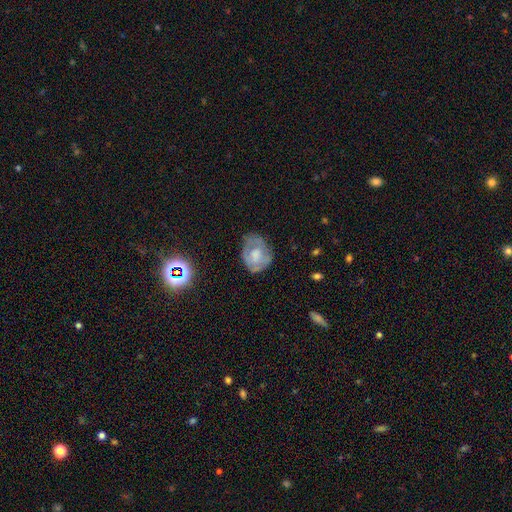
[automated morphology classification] The model was most divided on "bulge size": moderate: 34%, large: 25%, none: 21%, small: 17%, dominant: 3%. More confident: edge-on disk — no (96%); bar — no (79%); merging — none (59%); spiral arms — no (56%); smooth or featured — featured or disk (53%).